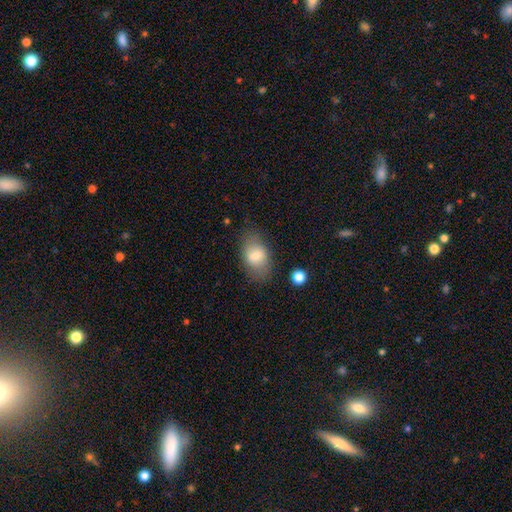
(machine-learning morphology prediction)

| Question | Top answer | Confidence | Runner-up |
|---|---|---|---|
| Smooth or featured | smooth | 76% | featured or disk (17%) |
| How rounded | in between | 86% | round (12%) |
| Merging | none | 75% | minor disturbance (17%) |